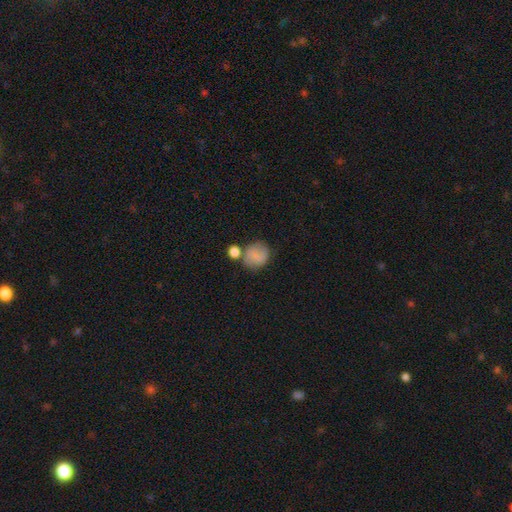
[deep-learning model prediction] Smooth or featured? smooth (75%)
How rounded? round (75%)
Merging? none (54%)